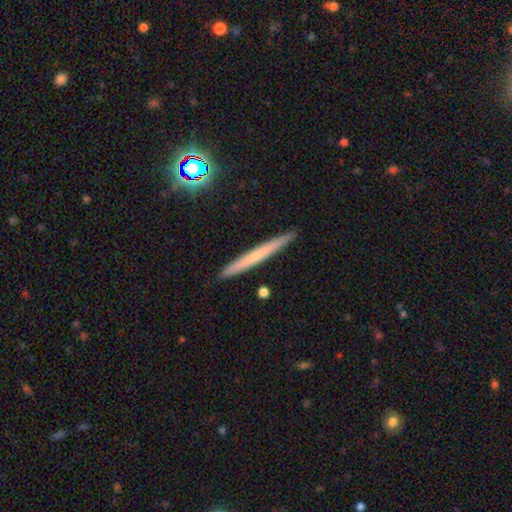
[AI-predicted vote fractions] This appears to be a smooth galaxy with no disk features (55%) that is cigar-shaped (97%). Merging: none (92%).